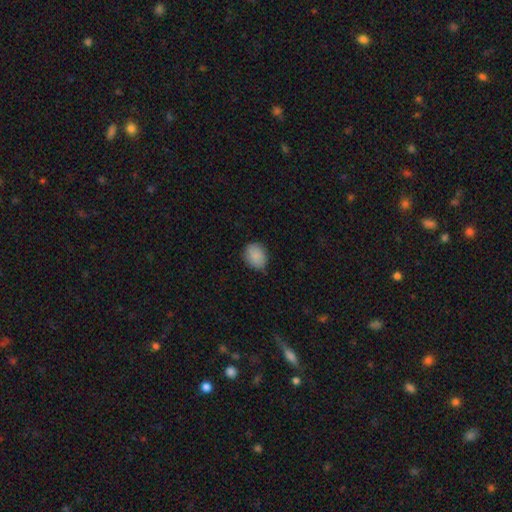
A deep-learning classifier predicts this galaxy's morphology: The model was most divided on "how rounded": round: 57%, in between: 42%, cigar-shaped: 1%. More confident: smooth or featured — smooth (87%); merging — none (72%).